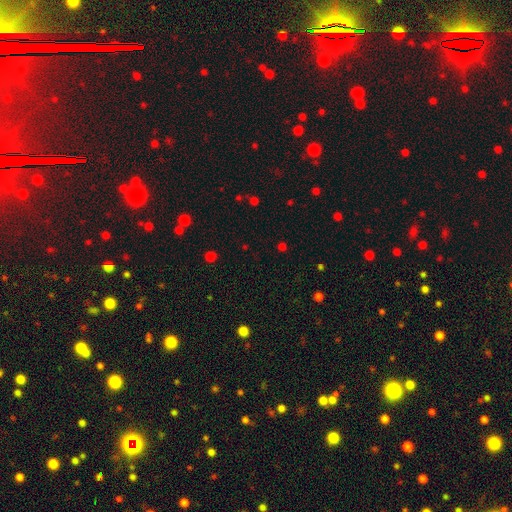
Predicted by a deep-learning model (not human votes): A star or artifact, not a galaxy (57%).